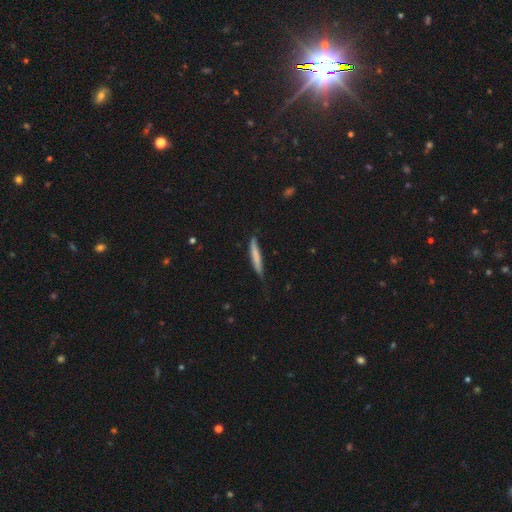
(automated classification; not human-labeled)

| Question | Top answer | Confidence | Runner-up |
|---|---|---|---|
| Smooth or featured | smooth | 68% | featured or disk (27%) |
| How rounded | cigar-shaped | 94% | in between (5%) |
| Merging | none | 65% | minor disturbance (28%) |